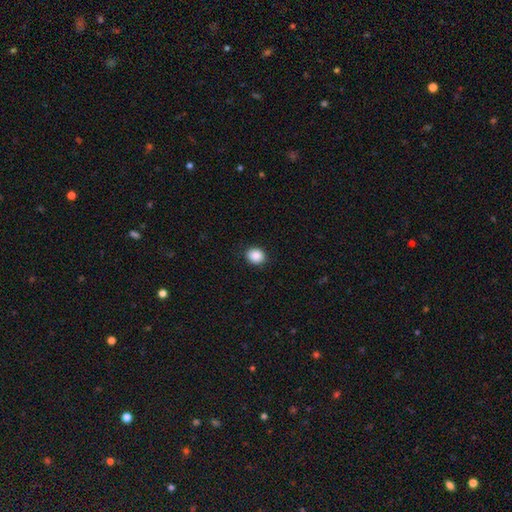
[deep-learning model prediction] Smooth or featured? Predicted: smooth (p=0.89). How rounded? Predicted: round (p=0.68). Merging? Predicted: none (p=0.89).